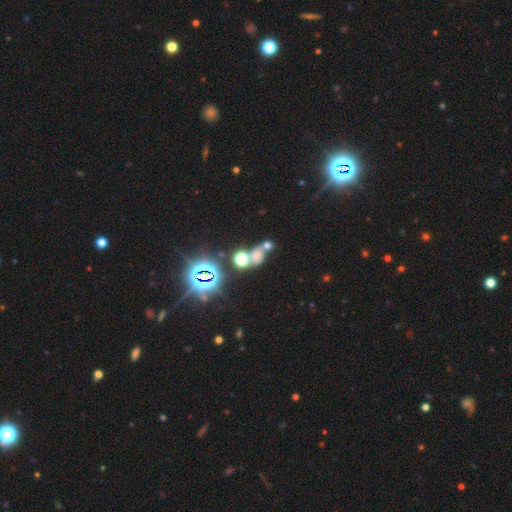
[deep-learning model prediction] Overall: smooth (43%; star or artifact 39%). Merging: merger (55%; none 26%).